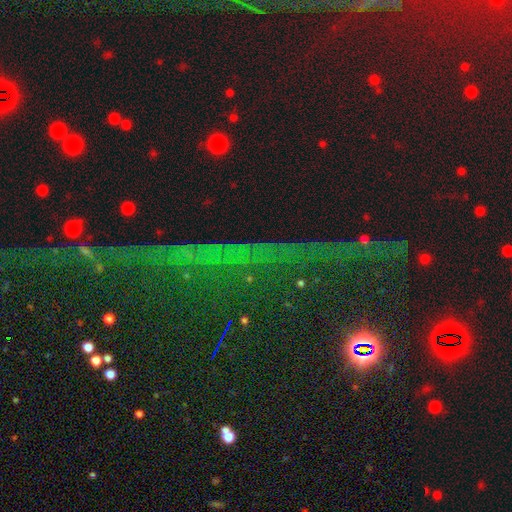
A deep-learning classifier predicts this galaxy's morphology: Overall: star or artifact (84%).